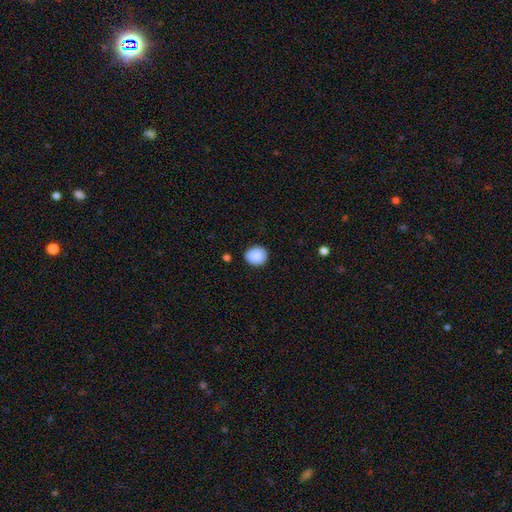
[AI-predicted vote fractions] Smooth or featured? smooth (89%)
How rounded? round (75%)
Merging? none (87%)